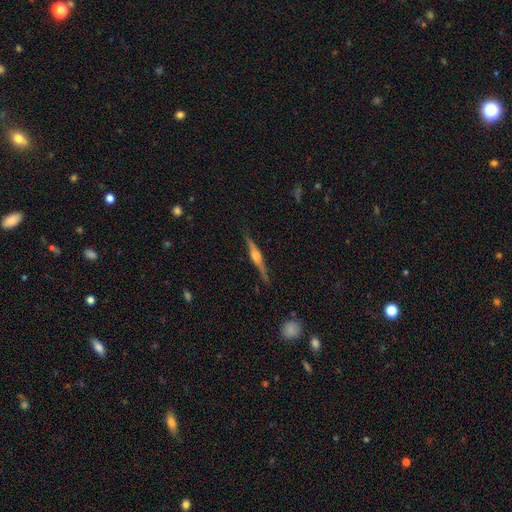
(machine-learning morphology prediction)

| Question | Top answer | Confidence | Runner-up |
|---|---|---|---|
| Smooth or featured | featured or disk | 78% | smooth (17%) |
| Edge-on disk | yes | 98% | no (2%) |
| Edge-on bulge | rounded | 84% | boxy (12%) |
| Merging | none | 85% | minor disturbance (11%) |